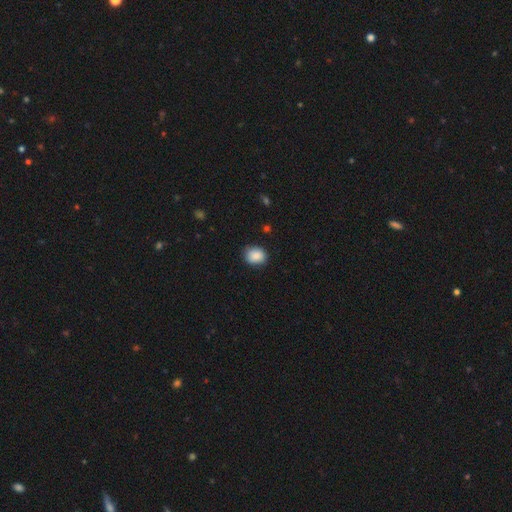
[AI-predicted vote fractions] Smooth or featured?
  - smooth: 88% *
  - star or artifact: 8%
  - featured or disk: 4%
How rounded?
  - round: 61% *
  - in between: 39%
  - cigar-shaped: 1%
Merging?
  - none: 83% *
  - minor disturbance: 14%
  - major disturbance: 3%
  - merger: 1%